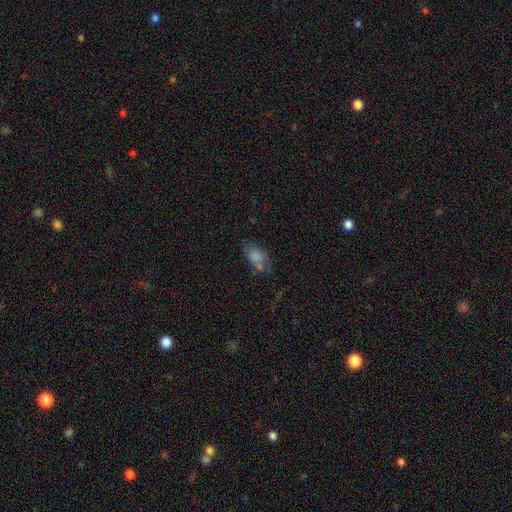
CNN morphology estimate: This appears to be a smooth galaxy with no disk features (75%) that is in between round and cigar-shaped (87%). Merging: none (55%).